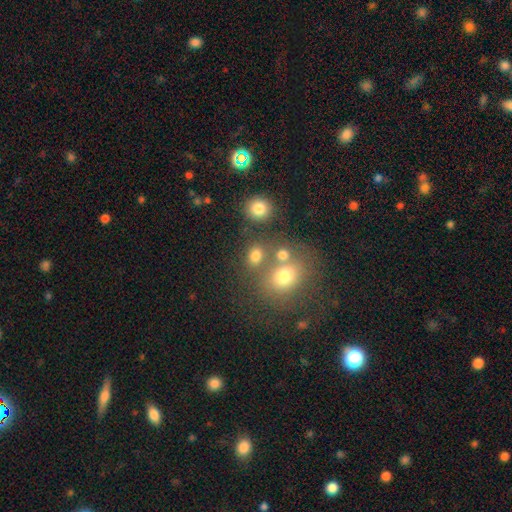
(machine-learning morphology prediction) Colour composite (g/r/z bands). It shows a smooth galaxy with no disk features (73%) that is round (56%). Merging: none (61%).